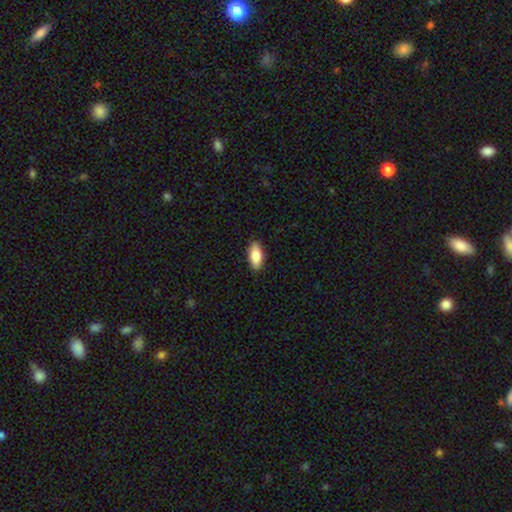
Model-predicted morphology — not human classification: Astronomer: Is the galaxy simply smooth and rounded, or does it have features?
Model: smooth — 84%.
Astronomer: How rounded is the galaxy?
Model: in between — 87%.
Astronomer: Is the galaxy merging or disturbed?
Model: none — 89%.